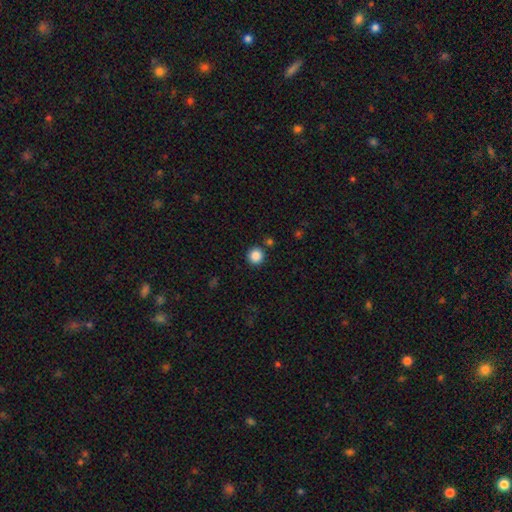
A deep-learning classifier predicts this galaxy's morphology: Overall: smooth (87%). How rounded: round (94%). Merging: none (88%).